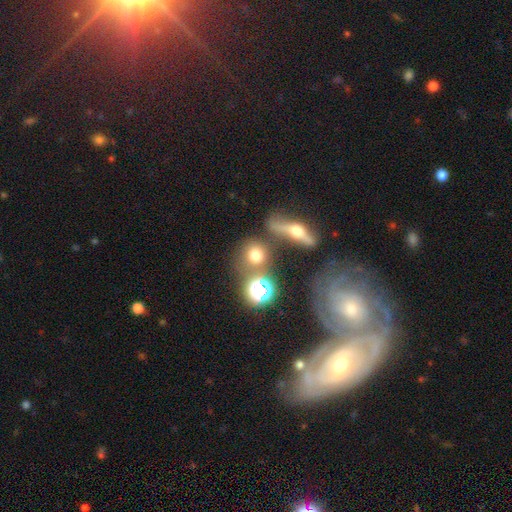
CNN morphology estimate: Q: Smooth or featured?
A: smooth (65%); runner-up: star or artifact (20%)
Q: How rounded?
A: round (81%); runner-up: in between (16%)
Q: Merging?
A: none (62%); runner-up: merger (22%)